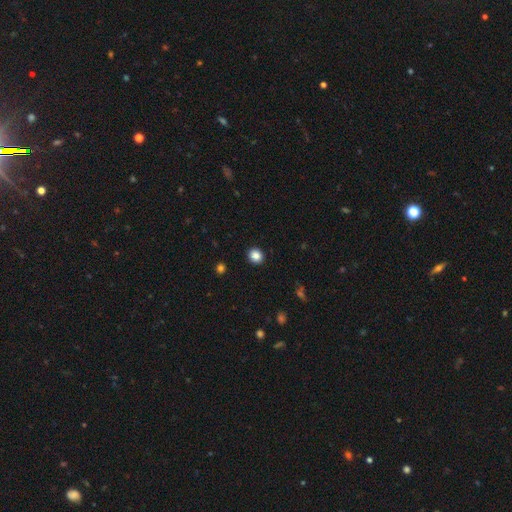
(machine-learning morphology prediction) smooth_or_featured: smooth (p=0.86) [alt: star or artifact p=0.10]
how_rounded: round (p=0.81) [alt: in between p=0.18]
merging: none (p=0.92) [alt: minor disturbance p=0.05]